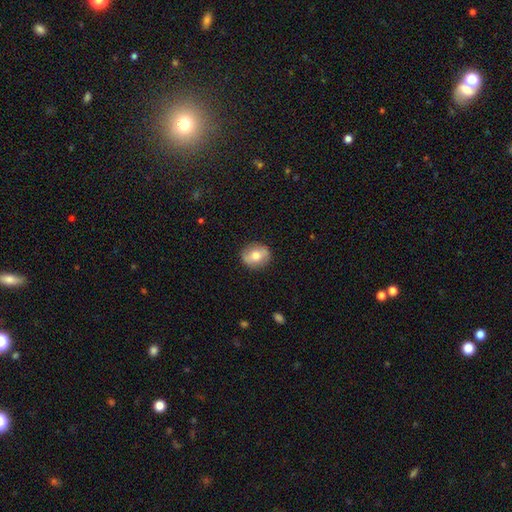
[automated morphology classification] smooth_or_featured: smooth (p=0.58) [alt: featured or disk p=0.34]
how_rounded: round (p=0.69) [alt: in between p=0.29]
merging: none (p=0.86) [alt: minor disturbance p=0.10]